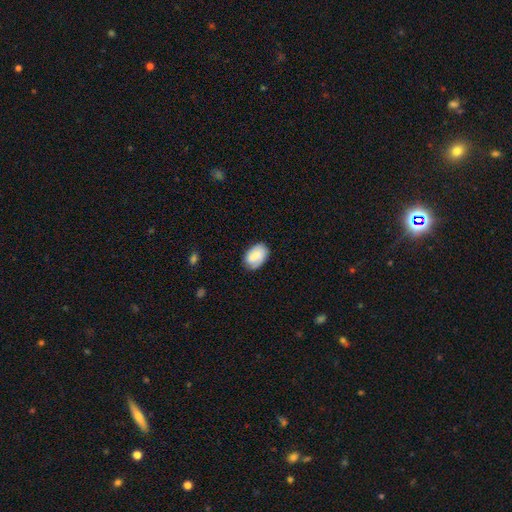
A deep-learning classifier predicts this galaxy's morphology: smooth-or-featured: smooth: 68% | featured or disk: 25% | star or artifact: 7%
  how-rounded: in between: 86% | round: 12% | cigar-shaped: 1%
  merging: none: 75% | minor disturbance: 19% | major disturbance: 5% | merger: 1%